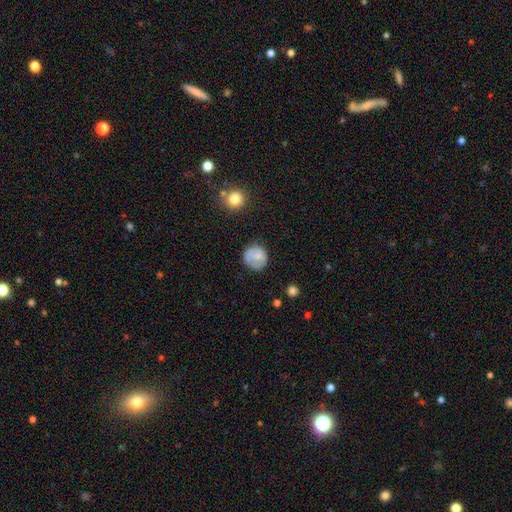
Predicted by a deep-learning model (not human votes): smooth 70%, featured or disk 22%, star or artifact 8%. Down the decision tree: how rounded — round (90%); merging — none (76%).